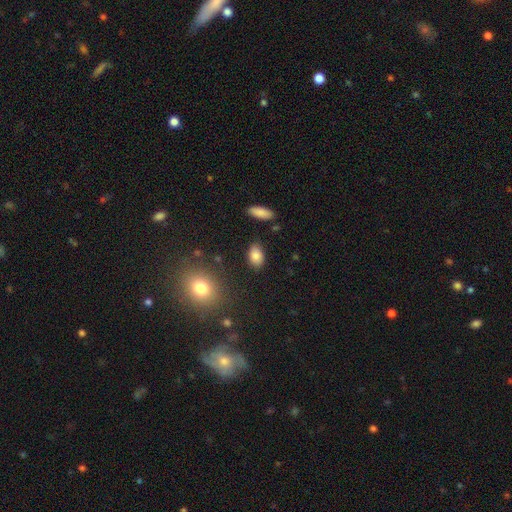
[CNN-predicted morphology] type=smooth (85%); roundness=in between (88%); merging=none (84%).